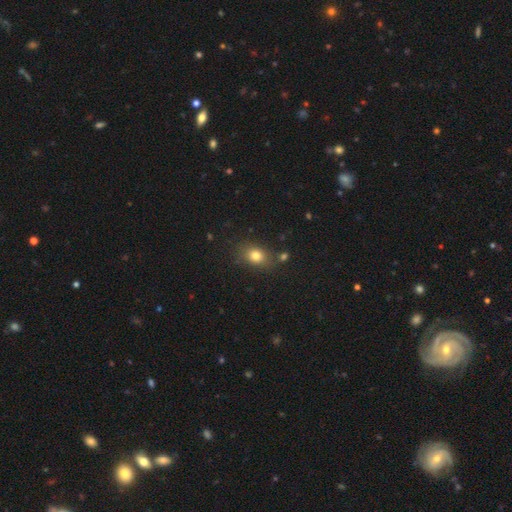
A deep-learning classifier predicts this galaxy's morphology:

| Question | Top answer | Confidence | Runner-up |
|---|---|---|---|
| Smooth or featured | smooth | 80% | star or artifact (12%) |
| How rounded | in between | 61% | round (37%) |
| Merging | none | 77% | minor disturbance (14%) |